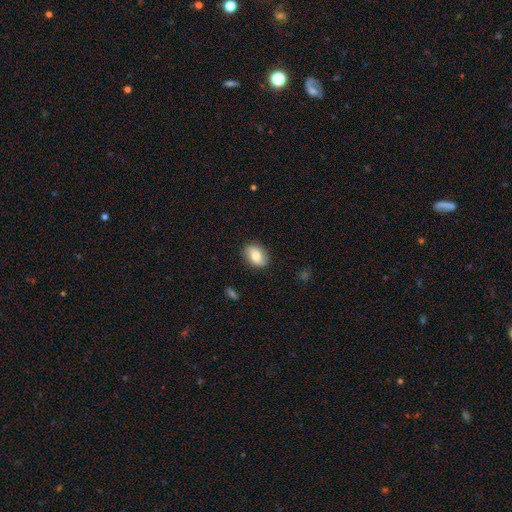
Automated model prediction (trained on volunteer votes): A smooth galaxy with no disk features (70%) that is in between round and cigar-shaped (74%).

Vote fractions:
- Smooth or featured? smooth: 70% / featured or disk: 22% / star or artifact: 8%
- How rounded? in between: 74% / round: 24% / cigar-shaped: 2%
- Merging? none: 85% / minor disturbance: 12% / major disturbance: 3% / merger: 1%